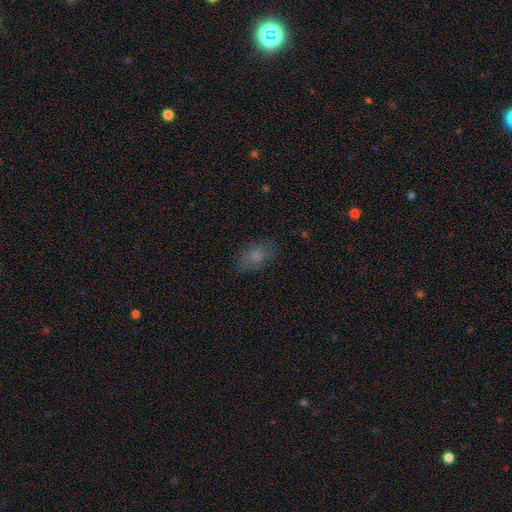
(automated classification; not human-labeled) Smooth or featured? Predicted: smooth (p=0.74). How rounded? Predicted: in between (p=0.88). Merging? Predicted: none (p=0.80).